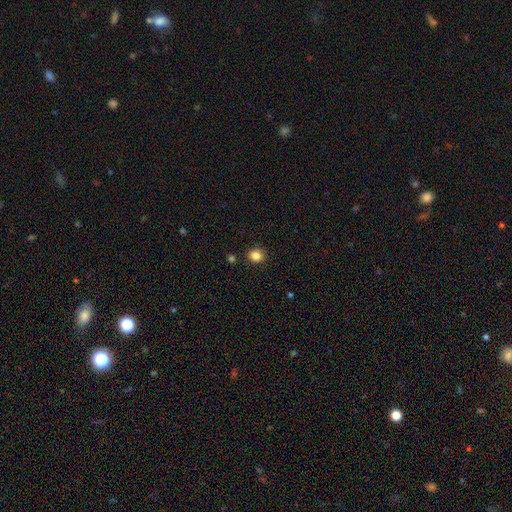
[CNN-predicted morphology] smooth 84%, star or artifact 12%, featured or disk 4%. Down the decision tree: how rounded — round (66%); merging — none (87%).